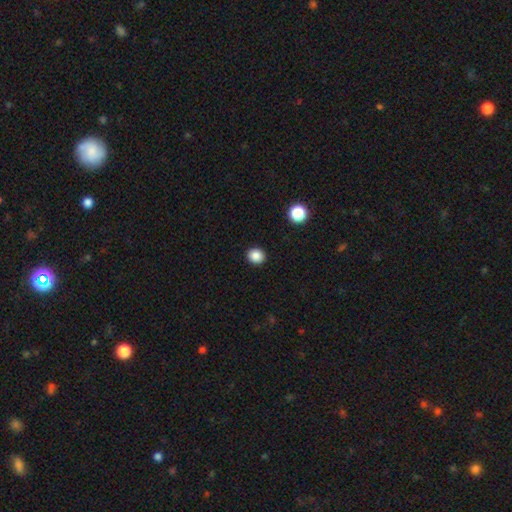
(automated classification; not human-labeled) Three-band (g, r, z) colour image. It shows a smooth galaxy with no disk features (87%) that is round (77%). Merging: none (92%).